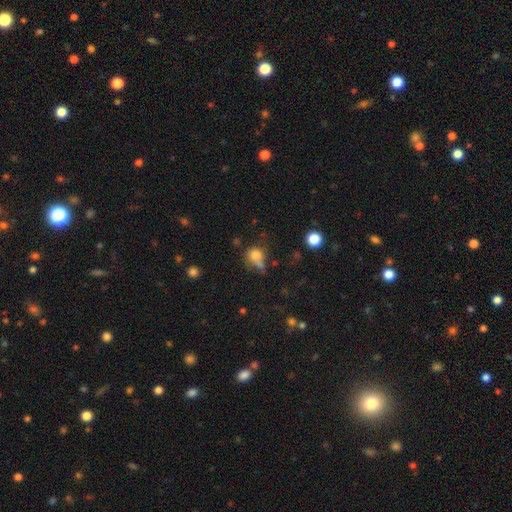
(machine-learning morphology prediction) The model was most divided on "merging": none: 39%, minor disturbance: 25%, merger: 18%, major disturbance: 18%. More confident: smooth or featured — smooth (75%); how rounded — round (68%).